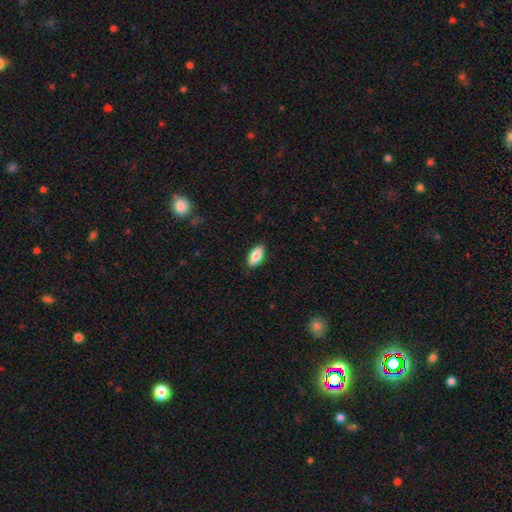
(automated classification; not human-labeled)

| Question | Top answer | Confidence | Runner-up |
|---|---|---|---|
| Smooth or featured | smooth | 85% | featured or disk (9%) |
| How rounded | in between | 88% | cigar-shaped (9%) |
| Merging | none | 87% | minor disturbance (10%) |